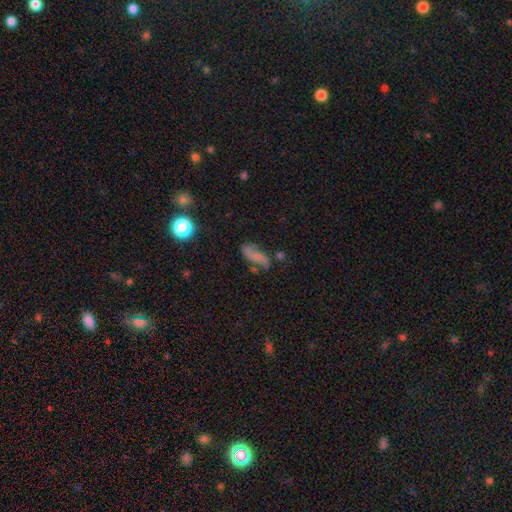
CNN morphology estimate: smooth 44%, featured or disk 39%, star or artifact 17%. Down the decision tree: merging — none (47%).